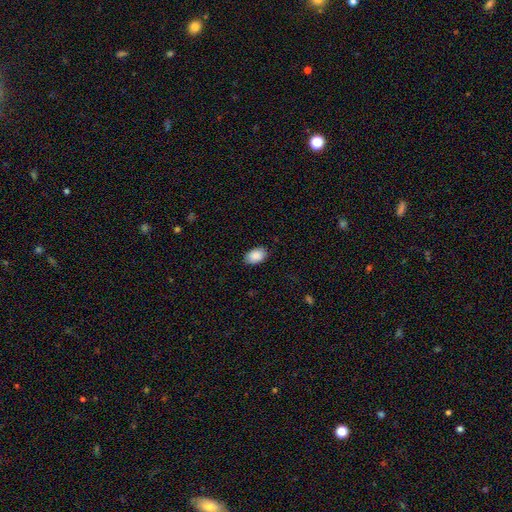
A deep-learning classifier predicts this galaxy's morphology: A smooth galaxy with no disk features (89%) that is in between round and cigar-shaped (88%). Merging: none (86%).